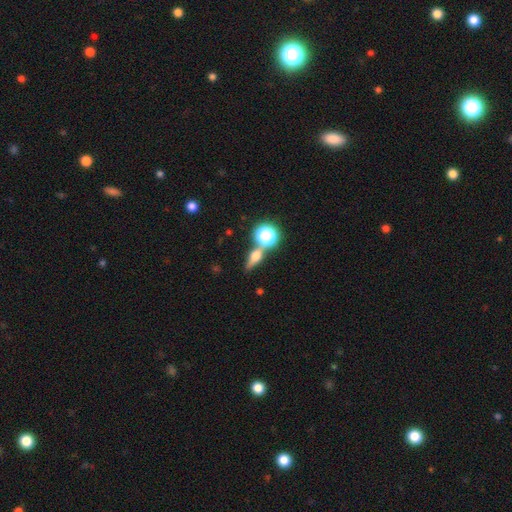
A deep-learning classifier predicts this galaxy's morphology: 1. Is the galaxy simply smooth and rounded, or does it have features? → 44% smooth, 36% featured or disk, 20% star or artifact.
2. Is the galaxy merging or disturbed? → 66% none, 18% merger, 11% minor disturbance, 5% major disturbance.